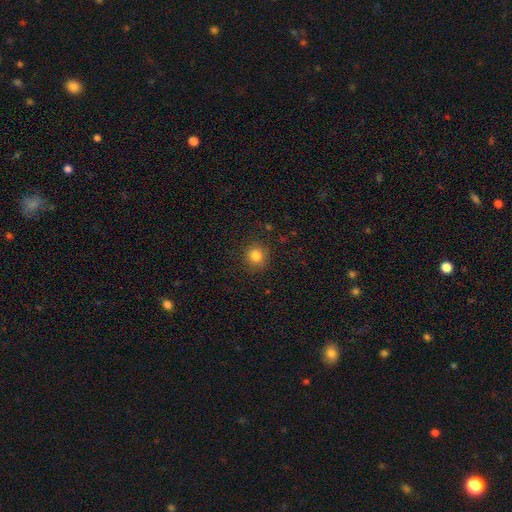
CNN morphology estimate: Q: Smooth or featured?
A: smooth (82%); runner-up: star or artifact (12%)
Q: How rounded?
A: round (92%); runner-up: in between (7%)
Q: Merging?
A: none (88%); runner-up: minor disturbance (8%)